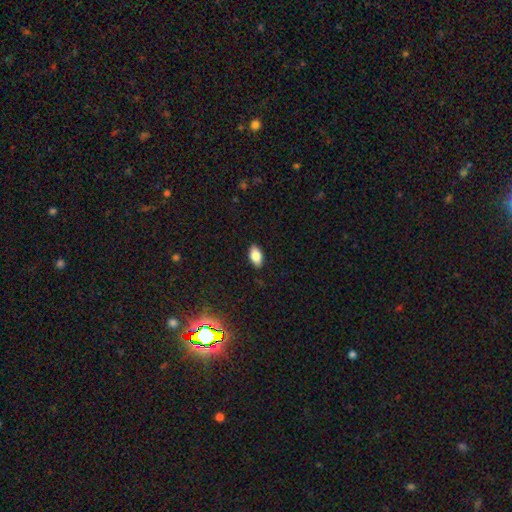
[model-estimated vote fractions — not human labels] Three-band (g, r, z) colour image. It shows a smooth galaxy with no disk features (82%) that is in between round and cigar-shaped (92%). Merging: none (87%).